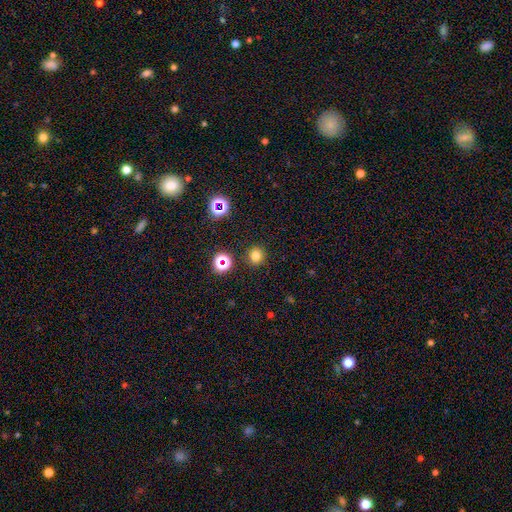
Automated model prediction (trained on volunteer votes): Morphology: type=smooth (75%); roundness=round (90%); merging=none (89%).